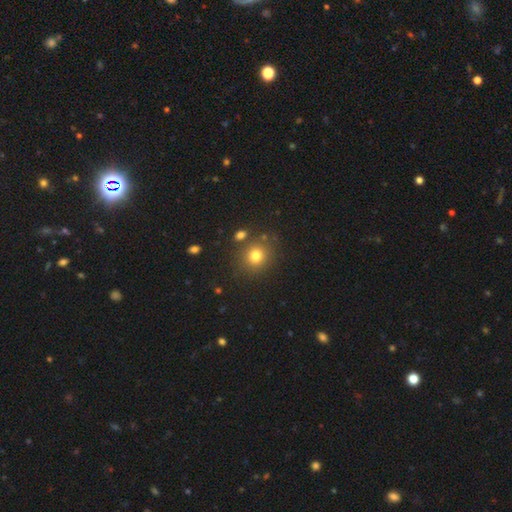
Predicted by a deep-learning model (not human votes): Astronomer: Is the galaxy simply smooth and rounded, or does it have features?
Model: smooth — 78%.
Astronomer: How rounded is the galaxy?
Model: round — 81%.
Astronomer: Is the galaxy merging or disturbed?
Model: none — 80%.